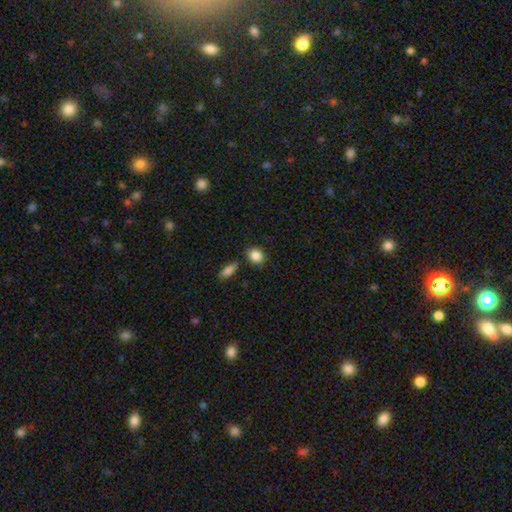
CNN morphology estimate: smooth 87%, star or artifact 8%, featured or disk 5%. Down the decision tree: how rounded — round (58%); merging — none (80%).